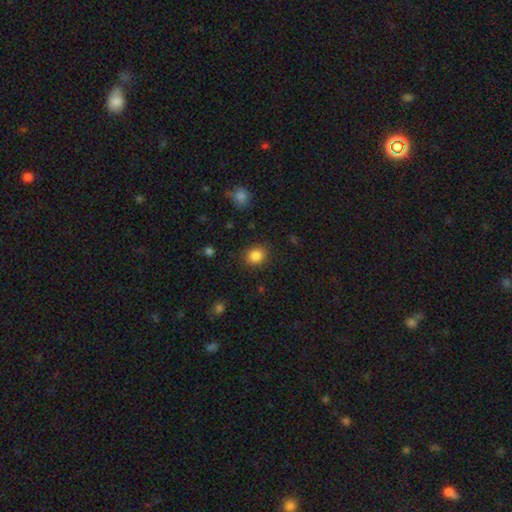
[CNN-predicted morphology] smooth 86%, star or artifact 10%, featured or disk 4%. Down the decision tree: how rounded — round (69%); merging — none (88%).